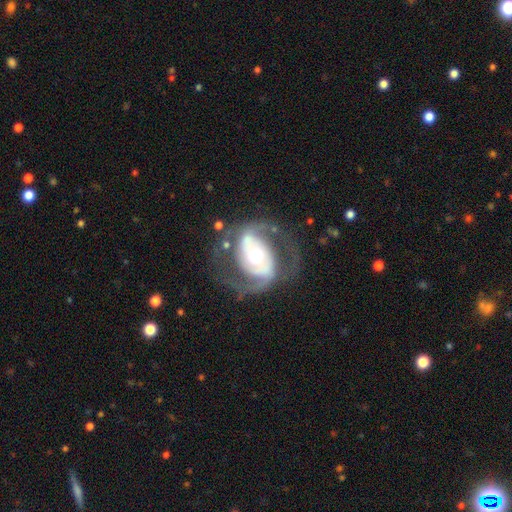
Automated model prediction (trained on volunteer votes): Smooth or featured? featured or disk (83%)
Edge-on disk? no (96%)
Bar? no (48%)
Spiral arms? yes (84%)
Spiral winding? medium (50%)
Spiral arm count? 2 (88%)
Bulge size? moderate (65%)
Merging? none (65%)